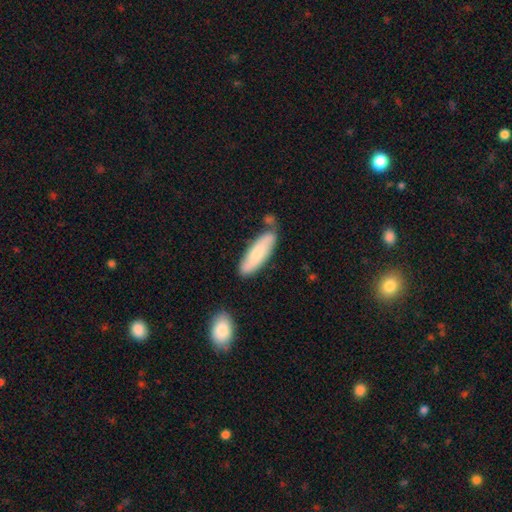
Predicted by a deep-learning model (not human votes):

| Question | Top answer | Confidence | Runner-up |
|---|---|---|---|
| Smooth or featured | smooth | 72% | featured or disk (23%) |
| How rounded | cigar-shaped | 54% | in between (45%) |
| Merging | none | 68% | minor disturbance (18%) |